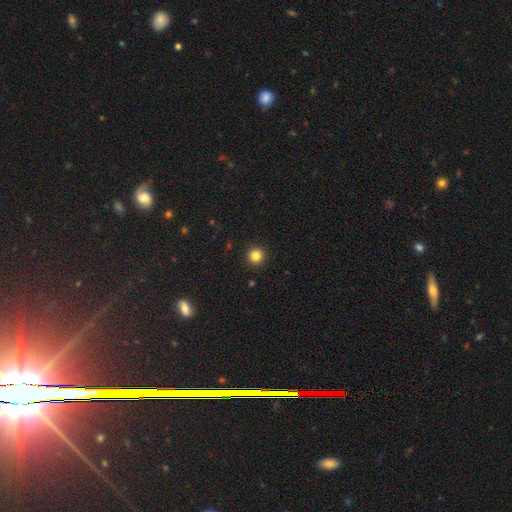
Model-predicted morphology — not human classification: type=smooth (85%); roundness=round (96%); merging=none (93%).